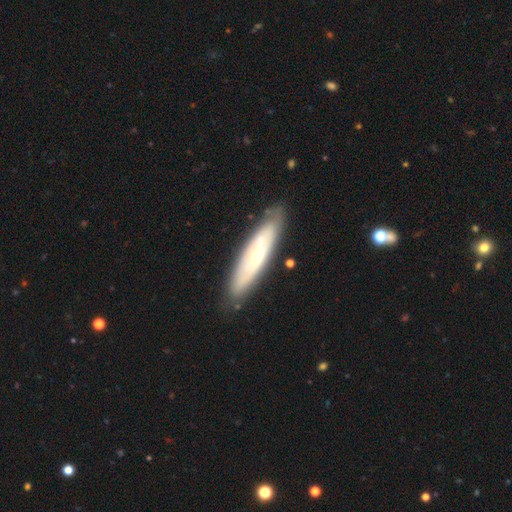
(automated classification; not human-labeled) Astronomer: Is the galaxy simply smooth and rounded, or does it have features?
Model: featured or disk — 62%.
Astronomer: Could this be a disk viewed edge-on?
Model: no — 61% (runner-up: yes, 39%).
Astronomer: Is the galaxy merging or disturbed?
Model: none — 83%.